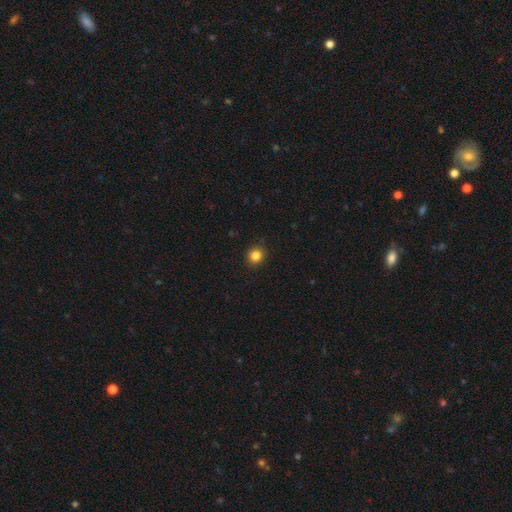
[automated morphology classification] smooth 84%, star or artifact 12%, featured or disk 4%. Down the decision tree: how rounded — round (90%); merging — none (92%).